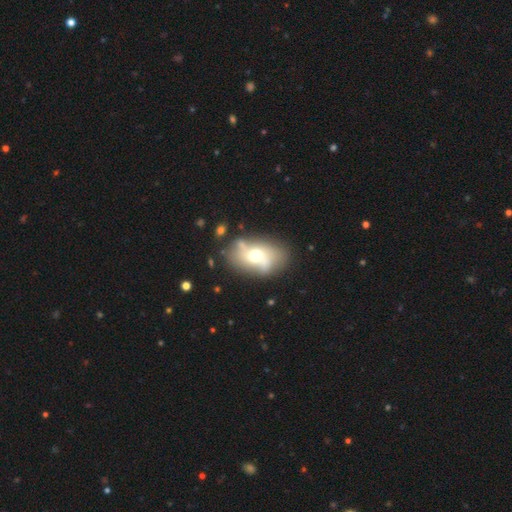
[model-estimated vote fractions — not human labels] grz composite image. It shows a smooth galaxy with no disk features (48%). Merging: none (67%).